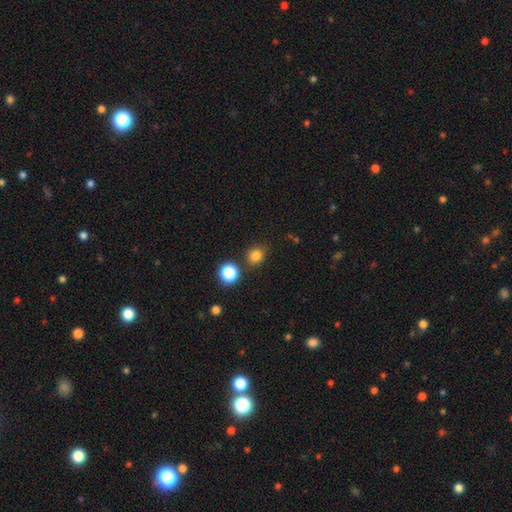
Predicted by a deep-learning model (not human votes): The model was most divided on "how rounded": round: 75%, in between: 24%, cigar-shaped: 1%. More confident: smooth or featured — smooth (81%); merging — none (81%).